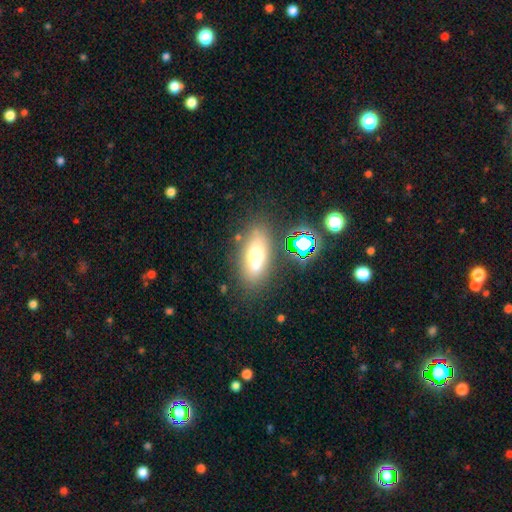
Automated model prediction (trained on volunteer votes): Morphology: type=smooth (58%); roundness=in between (77%); merging=none (76%).